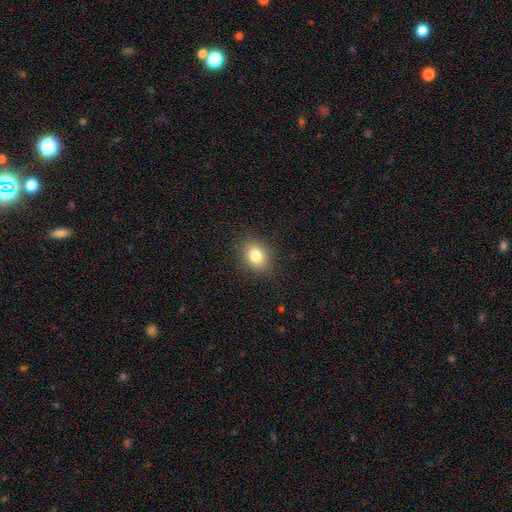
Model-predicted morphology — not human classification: This appears to be a smooth galaxy with no disk features (81%) that is in between round and cigar-shaped (58%). Merging: none (88%).